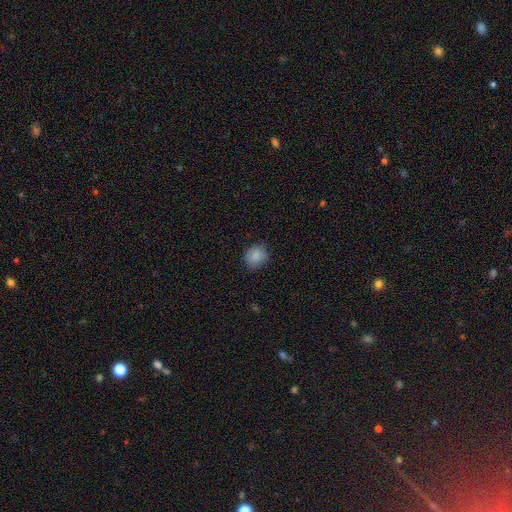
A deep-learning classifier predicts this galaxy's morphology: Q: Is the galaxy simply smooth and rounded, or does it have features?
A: smooth — 85%.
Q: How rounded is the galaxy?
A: round — 77%.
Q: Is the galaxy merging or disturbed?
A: none — 81%.